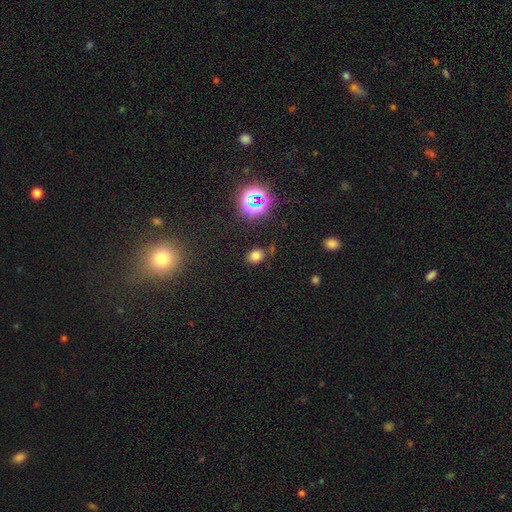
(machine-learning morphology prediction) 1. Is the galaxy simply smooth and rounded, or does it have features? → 69% smooth, 23% star or artifact, 8% featured or disk.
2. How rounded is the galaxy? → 60% in between, 38% round, 1% cigar-shaped.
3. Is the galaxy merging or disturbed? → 76% none, 14% minor disturbance, 6% merger, 5% major disturbance.